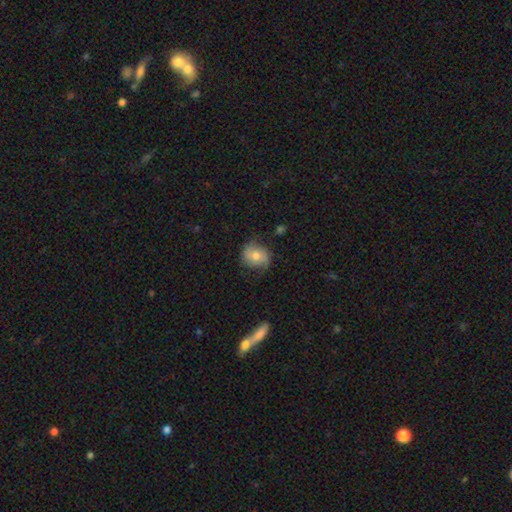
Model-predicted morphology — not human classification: Smooth or featured?
  - smooth: 67% *
  - featured or disk: 24%
  - star or artifact: 9%
How rounded?
  - round: 66% *
  - in between: 32%
  - cigar-shaped: 1%
Merging?
  - none: 70% *
  - minor disturbance: 23%
  - major disturbance: 6%
  - merger: 1%